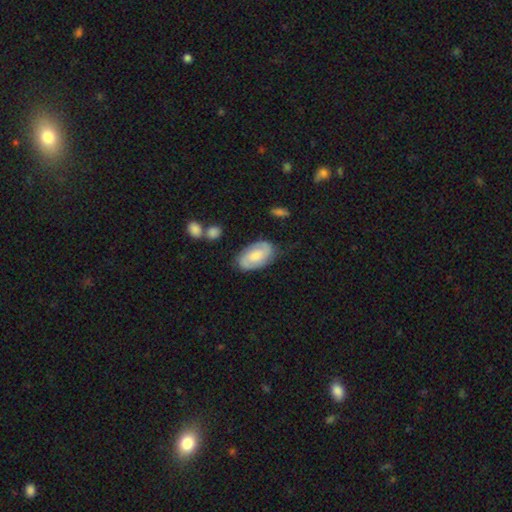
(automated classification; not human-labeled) Smooth or featured: featured or disk — 58% (smooth — 36%)
Edge-on disk: no — 96% (yes — 4%)
Bar: no — 55% (weak — 37%)
Spiral arms: yes — 87% (no — 13%)
Bulge size: moderate — 43% (small — 25%)
Merging: none — 75% (minor disturbance — 17%)